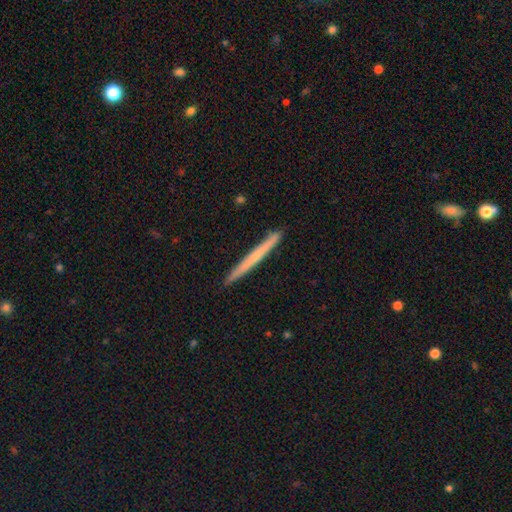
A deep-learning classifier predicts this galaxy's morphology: This is possibly a smooth galaxy (49%). Merging: clearly none (92%).